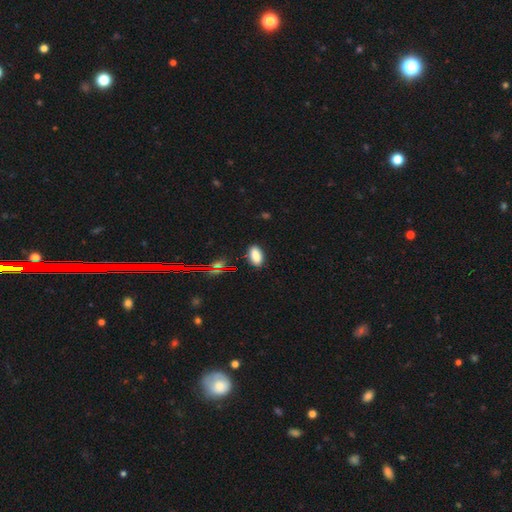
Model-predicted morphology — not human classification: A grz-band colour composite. It shows a smooth galaxy with no disk features (84%) that is in between round and cigar-shaped (91%). Merging: none (85%).